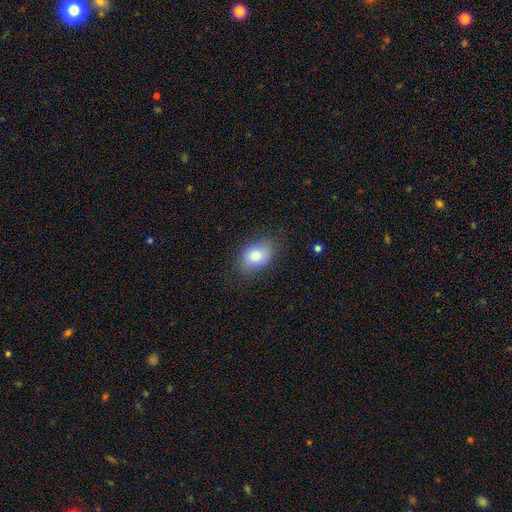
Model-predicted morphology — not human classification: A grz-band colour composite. It shows a smooth galaxy with no disk features (80%) that is in between round and cigar-shaped (82%). Merging: none (80%).